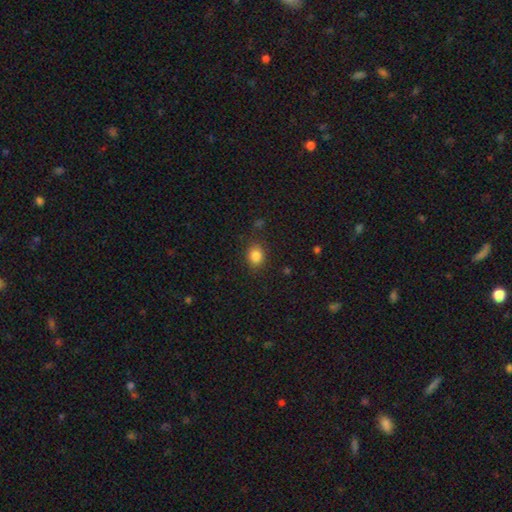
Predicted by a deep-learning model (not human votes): This is clearly a smooth galaxy (85%). How rounded: likely round (60%). Merging: clearly none (84%).